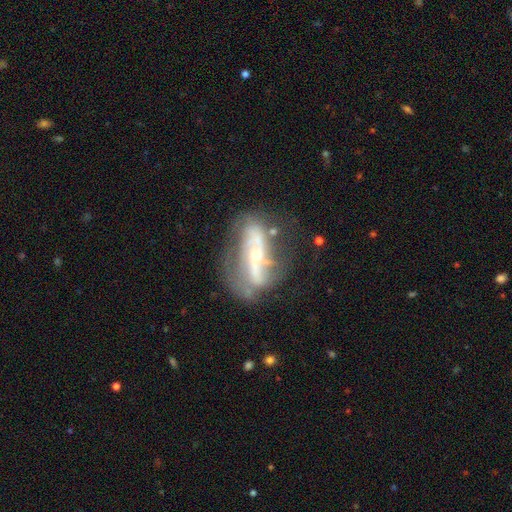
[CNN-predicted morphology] featured or disk 82%, smooth 11%, star or artifact 7%. Down the decision tree: edge-on disk — no (90%); bar — no (38%); spiral arms — yes (84%); spiral arm count — 2 (80%); spiral winding — loose (54%); bulge size — small (63%); merging — none (54%).